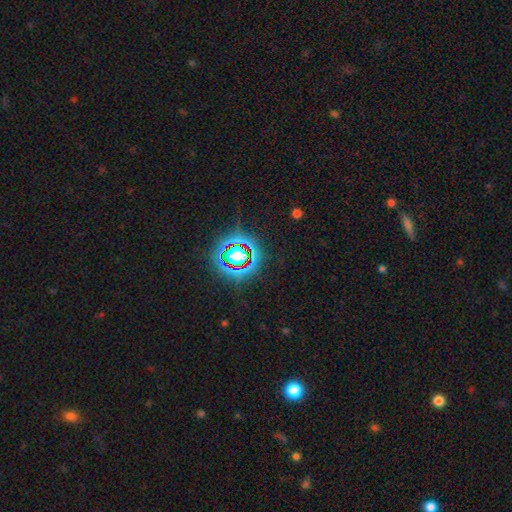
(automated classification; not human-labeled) smooth-or-featured: star or artifact: 79% | smooth: 12% | featured or disk: 9%